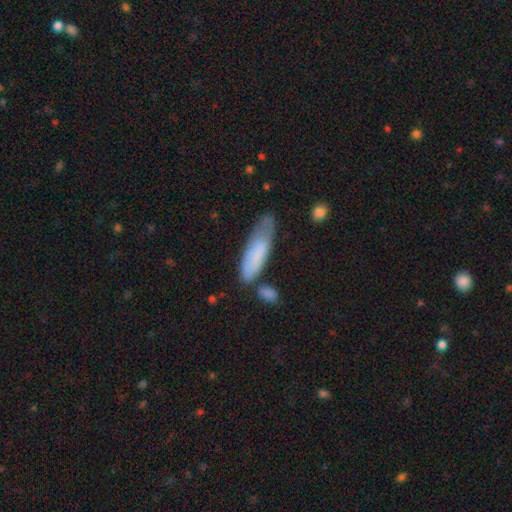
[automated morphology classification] A smooth galaxy with no disk features (73%) that is cigar-shaped (55%). Merging: none (44%).